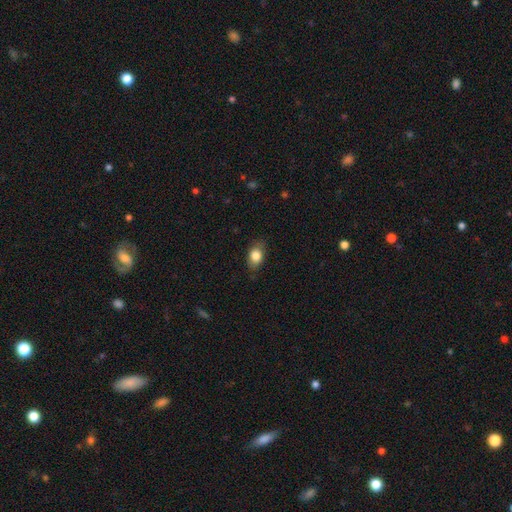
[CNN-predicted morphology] smooth-or-featured: smooth: 81% | featured or disk: 11% | star or artifact: 8%
  how-rounded: in between: 81% | round: 16% | cigar-shaped: 3%
  merging: none: 79% | minor disturbance: 17% | major disturbance: 4% | merger: 1%